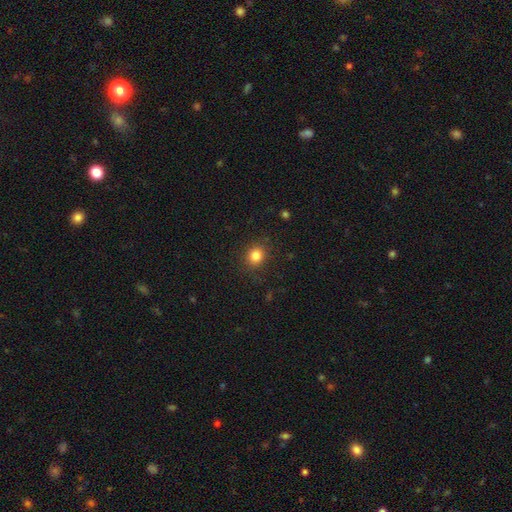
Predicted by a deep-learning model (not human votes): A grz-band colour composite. It shows a smooth galaxy with no disk features (83%) that is round (76%). Merging: none (87%).